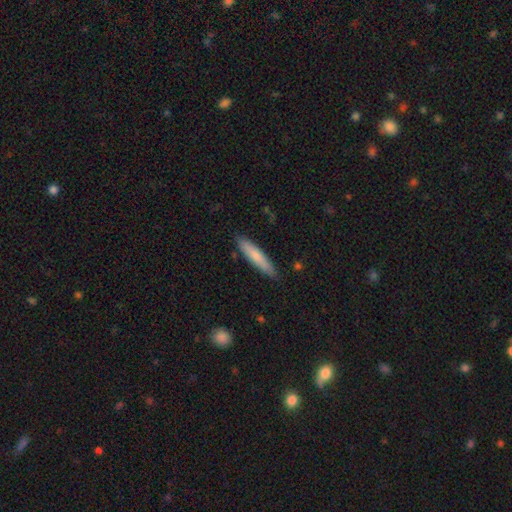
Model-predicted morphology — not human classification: Smooth or featured: smooth — 73% (featured or disk — 21%)
How rounded: cigar-shaped — 88% (in between — 10%)
Merging: none — 88% (minor disturbance — 9%)